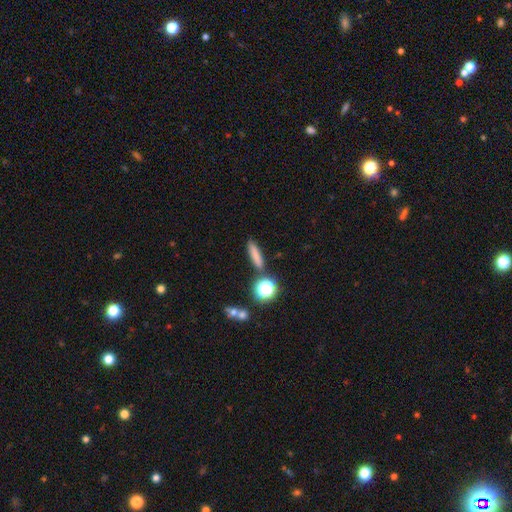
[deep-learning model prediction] smooth_or_featured: smooth (p=0.76) [alt: star or artifact p=0.14]
how_rounded: cigar-shaped (p=0.72) [alt: in between p=0.19]
merging: none (p=0.82) [alt: minor disturbance p=0.09]